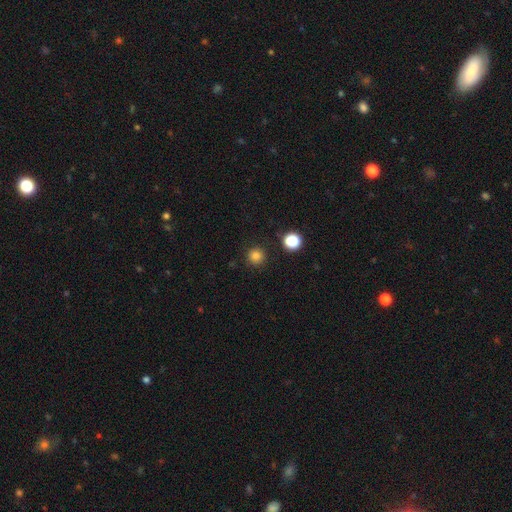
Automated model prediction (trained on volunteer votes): Morphology: type=smooth (82%); roundness=round (95%); merging=none (90%).